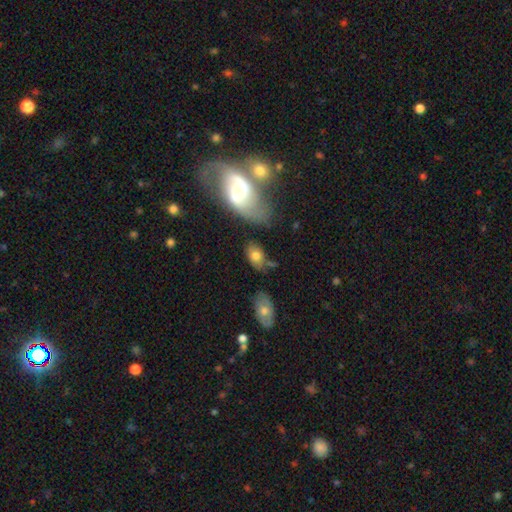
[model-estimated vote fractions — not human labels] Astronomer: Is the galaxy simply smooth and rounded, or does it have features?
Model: smooth — 71%.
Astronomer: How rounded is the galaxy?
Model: in between — 86%.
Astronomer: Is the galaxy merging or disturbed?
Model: none — 54%.